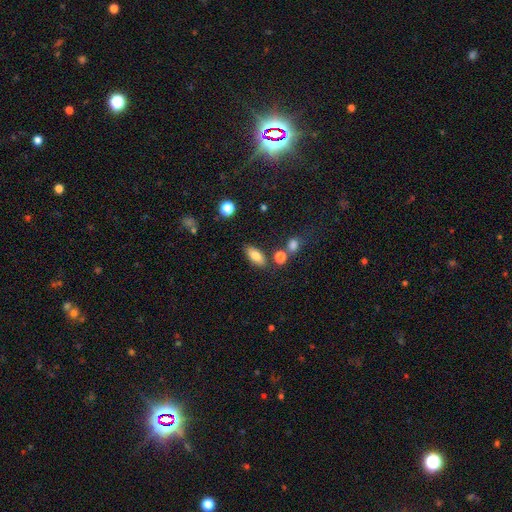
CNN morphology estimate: This appears to be a smooth galaxy with no disk features (80%) that is in between round and cigar-shaped (83%). Merging: none (79%).